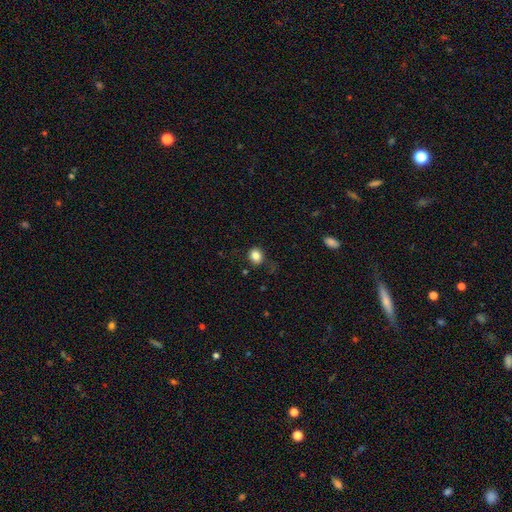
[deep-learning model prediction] A smooth galaxy with no disk features (84%) that is round (70%).

Vote fractions:
- Smooth or featured? smooth: 84% / star or artifact: 11% / featured or disk: 5%
- How rounded? round: 70% / in between: 29% / cigar-shaped: 1%
- Merging? none: 81% / minor disturbance: 13% / major disturbance: 4% / merger: 2%